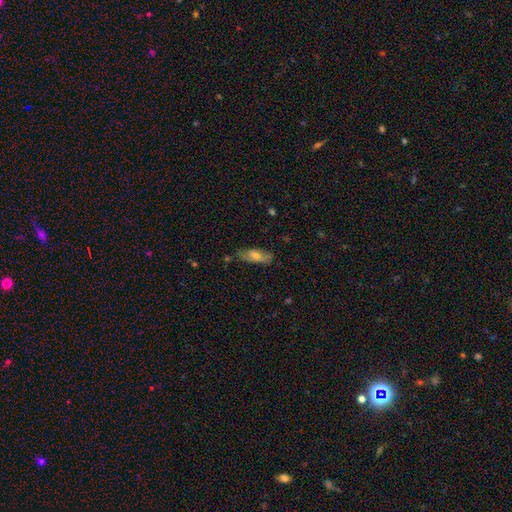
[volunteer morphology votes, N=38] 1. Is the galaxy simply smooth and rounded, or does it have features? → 61% smooth, 29% featured or disk, 11% star or artifact.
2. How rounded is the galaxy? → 83% in between, 17% cigar-shaped, 0% round.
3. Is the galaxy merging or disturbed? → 74% none, 12% minor disturbance, 9% major disturbance, 6% merger.